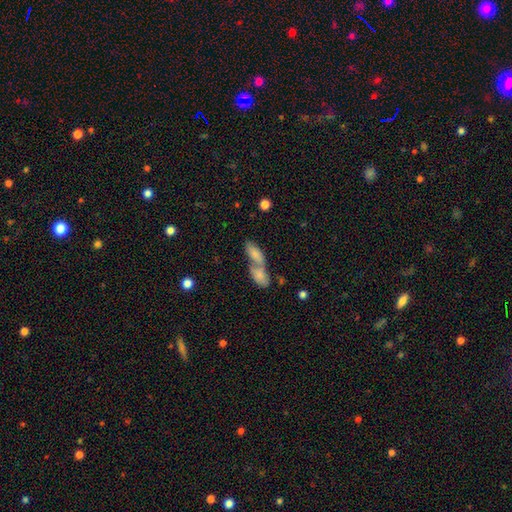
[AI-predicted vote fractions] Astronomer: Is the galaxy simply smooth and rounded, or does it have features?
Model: smooth — 74%.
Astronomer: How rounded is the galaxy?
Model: in between — 80%.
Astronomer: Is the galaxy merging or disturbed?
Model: merger — 72%.